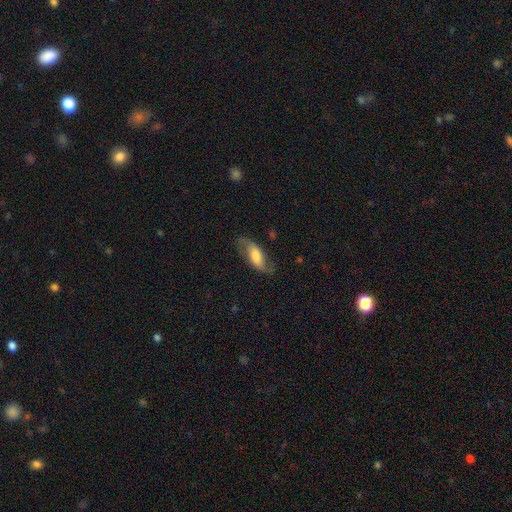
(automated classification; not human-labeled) Smooth or featured?
  - featured or disk: 63% *
  - smooth: 30%
  - star or artifact: 7%
Edge-on disk?
  - no: 89% *
  - yes: 11%
Bar?
  - weak: 39% *
  - no: 38%
  - strong: 23%
Spiral arms?
  - yes: 91% *
  - no: 9%
Spiral winding?
  - loose: 64% *
  - medium: 27%
  - tight: 8%
Spiral arm count?
  - 2: 90% *
  - can't tell: 4%
  - 1: 3%
  - 3: 1%
  - 4: 1%
  - more than 4: 1%
Bulge size?
  - moderate: 36% *
  - large: 31%
  - small: 18%
  - none: 10%
  - dominant: 5%
Merging?
  - none: 72% *
  - minor disturbance: 18%
  - major disturbance: 9%
  - merger: 1%